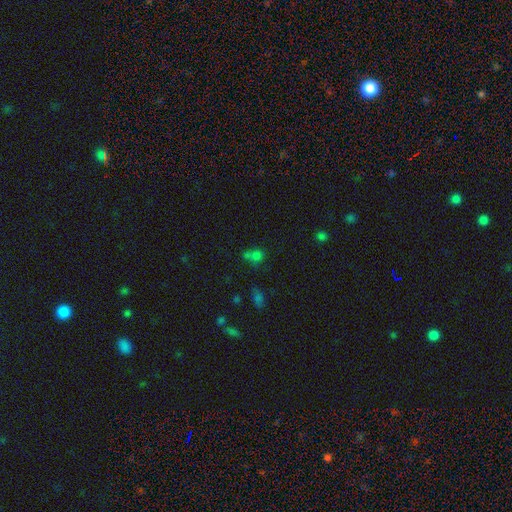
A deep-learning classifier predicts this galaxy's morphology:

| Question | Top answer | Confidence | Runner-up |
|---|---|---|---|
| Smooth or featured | smooth | 63% | star or artifact (28%) |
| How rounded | round | 60% | in between (37%) |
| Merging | none | 45% | merger (31%) |